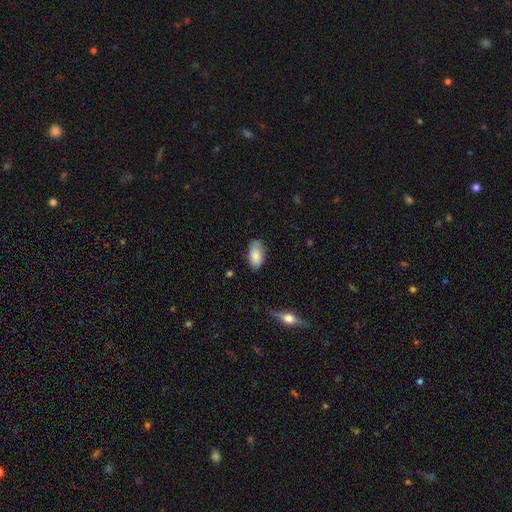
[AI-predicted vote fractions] A smooth galaxy with no disk features (82%) that is in between round and cigar-shaped (94%).

Vote fractions:
- Smooth or featured? smooth: 82% / featured or disk: 11% / star or artifact: 7%
- How rounded? in between: 94% / round: 4% / cigar-shaped: 2%
- Merging? none: 76% / minor disturbance: 19% / major disturbance: 3% / merger: 1%